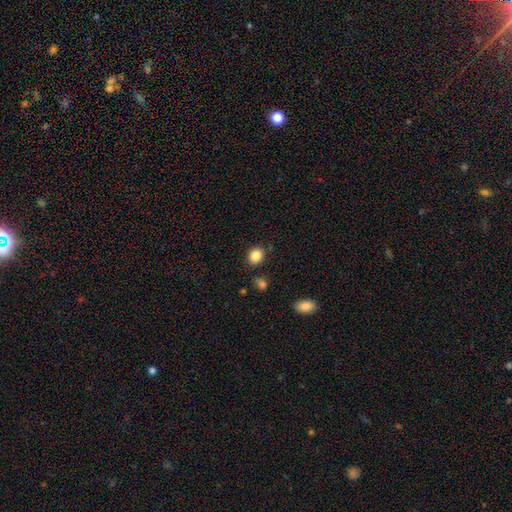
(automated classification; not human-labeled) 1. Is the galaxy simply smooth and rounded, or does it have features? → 86% smooth, 10% star or artifact, 4% featured or disk.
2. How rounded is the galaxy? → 63% round, 36% in between, 1% cigar-shaped.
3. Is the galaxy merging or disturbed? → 83% none, 11% minor disturbance, 3% merger, 3% major disturbance.